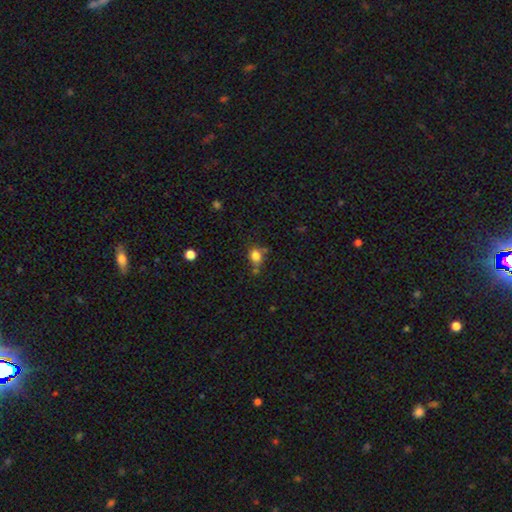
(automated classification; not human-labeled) smooth-or-featured: smooth: 80% | star or artifact: 13% | featured or disk: 7%
  how-rounded: round: 64% | in between: 34% | cigar-shaped: 1%
  merging: none: 56% | minor disturbance: 20% | merger: 17% | major disturbance: 7%